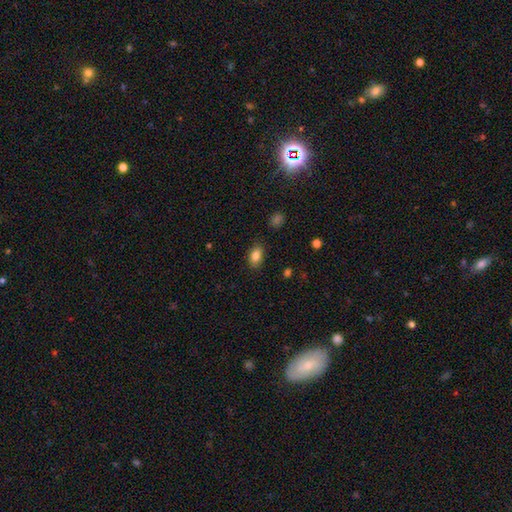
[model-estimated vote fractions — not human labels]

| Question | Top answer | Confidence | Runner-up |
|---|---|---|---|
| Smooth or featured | smooth | 83% | star or artifact (9%) |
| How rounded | in between | 87% | round (10%) |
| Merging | none | 84% | minor disturbance (12%) |